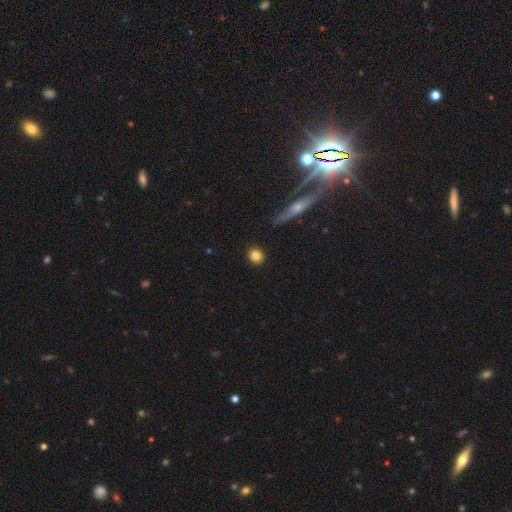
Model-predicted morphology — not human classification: A smooth galaxy with no disk features (85%) that is round (85%). Merging: none (90%).